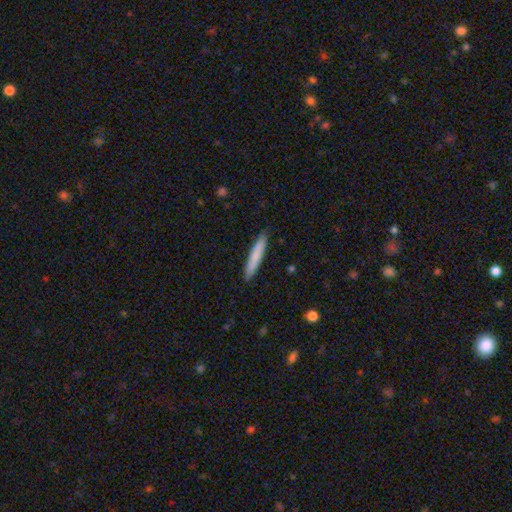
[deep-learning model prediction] This appears to be a smooth galaxy with no disk features (77%) that is cigar-shaped (94%). Merging: none (90%).